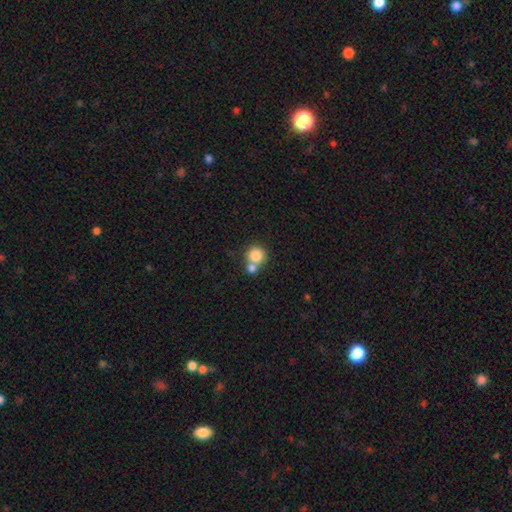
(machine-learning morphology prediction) smooth_or_featured: smooth (p=0.82) [alt: star or artifact p=0.10]
how_rounded: round (p=0.91) [alt: in between p=0.08]
merging: none (p=0.48) [alt: merger p=0.43]